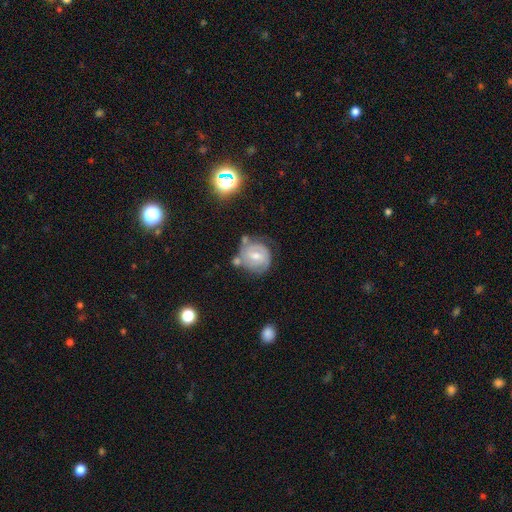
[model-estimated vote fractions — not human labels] Overall: featured or disk (66%; smooth 27%). Edge-on disk: no (97%). Bar: weak (54%; no 34%). Spiral arms: yes (87%). Spiral arm count: 2 (54%; can't tell 27%). Spiral winding: tight (61%; medium 31%). Bulge size: moderate (58%; small 36%). Merging: none (53%; minor disturbance 23%).